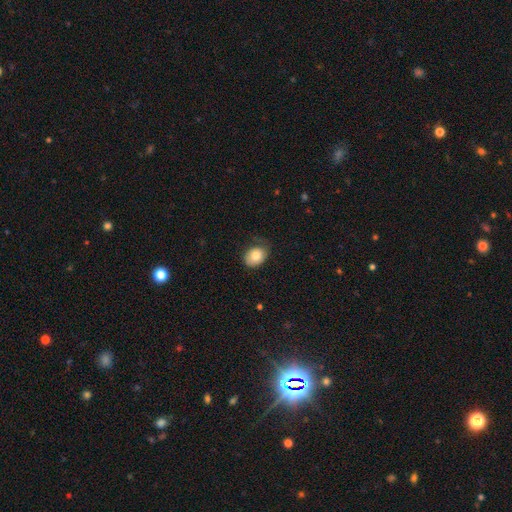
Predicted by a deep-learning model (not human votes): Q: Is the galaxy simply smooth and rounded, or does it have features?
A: smooth — 81%.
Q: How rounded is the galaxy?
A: in between — 59%.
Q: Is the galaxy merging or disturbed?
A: none — 63%.